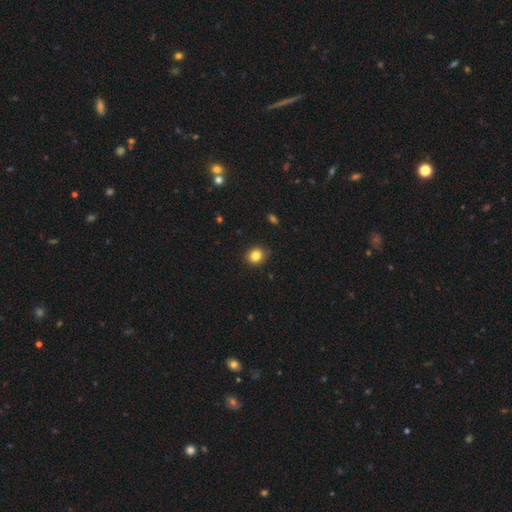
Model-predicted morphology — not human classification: This appears to be a smooth galaxy with no disk features (83%) that is round (79%). Merging: none (87%).